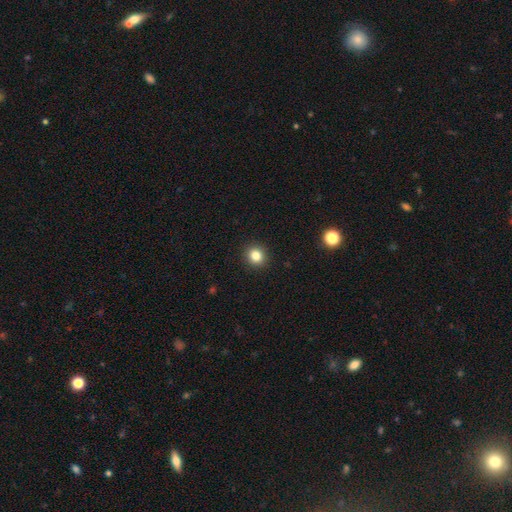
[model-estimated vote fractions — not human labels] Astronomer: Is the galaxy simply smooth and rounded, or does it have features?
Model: smooth — 82%.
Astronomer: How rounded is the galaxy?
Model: round — 88%.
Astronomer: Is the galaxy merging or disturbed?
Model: none — 93%.